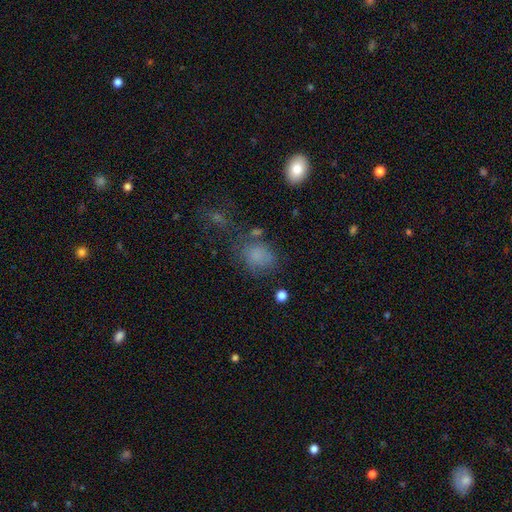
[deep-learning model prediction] Overall: smooth (72%). How rounded: in between (50%; round 49%). Merging: none (54%; minor disturbance 22%).